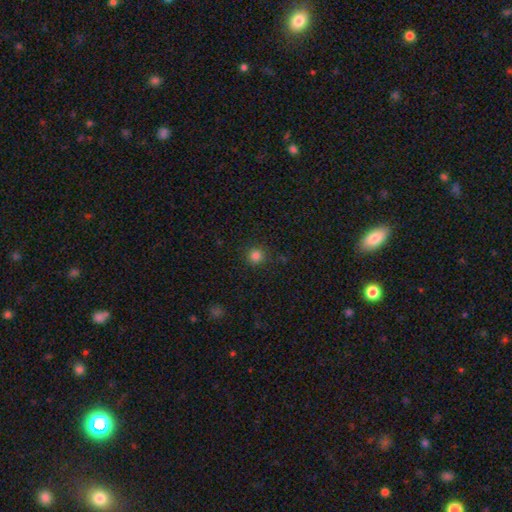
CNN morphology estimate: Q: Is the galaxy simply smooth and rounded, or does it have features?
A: smooth — 83%.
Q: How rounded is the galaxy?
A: round — 94%.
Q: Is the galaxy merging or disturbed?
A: none — 90%.